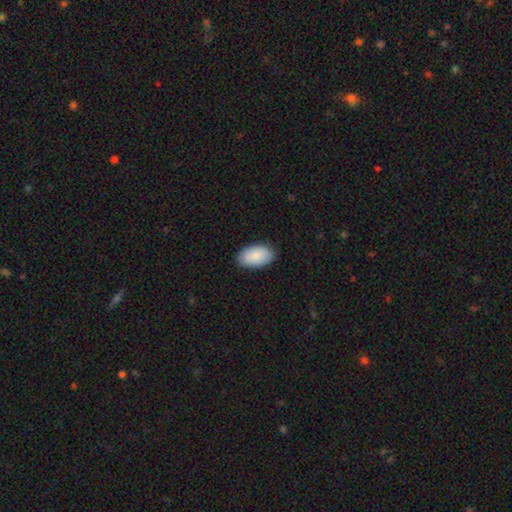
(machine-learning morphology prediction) Smooth or featured? Predicted: smooth (p=0.89). How rounded? Predicted: in between (p=0.95). Merging? Predicted: none (p=0.87).